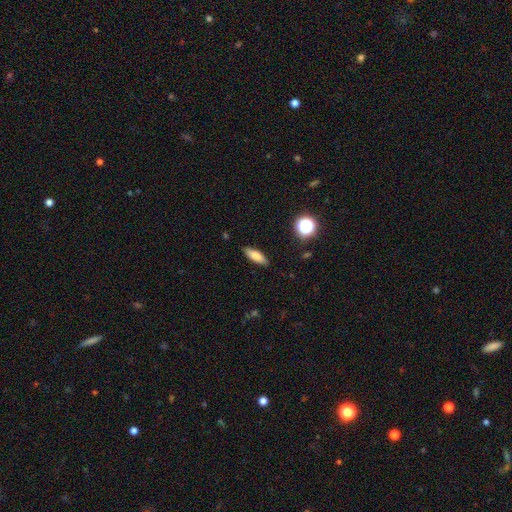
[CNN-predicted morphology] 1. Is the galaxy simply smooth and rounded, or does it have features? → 79% smooth, 13% featured or disk, 9% star or artifact.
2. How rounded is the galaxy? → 58% in between, 39% cigar-shaped, 3% round.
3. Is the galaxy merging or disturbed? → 87% none, 10% minor disturbance, 2% major disturbance, 1% merger.